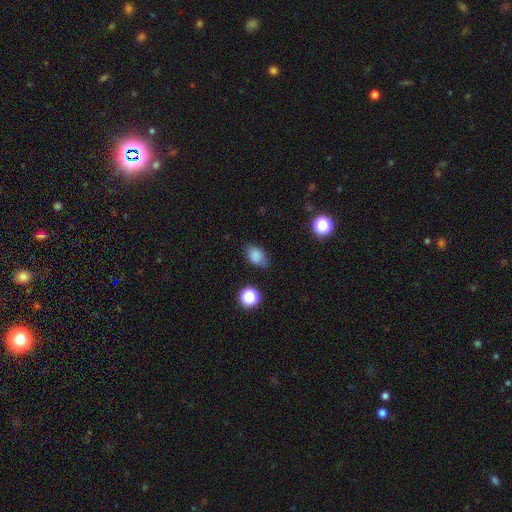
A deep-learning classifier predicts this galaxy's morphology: smooth 83%, star or artifact 11%, featured or disk 5%. Down the decision tree: how rounded — in between (76%); merging — none (71%).